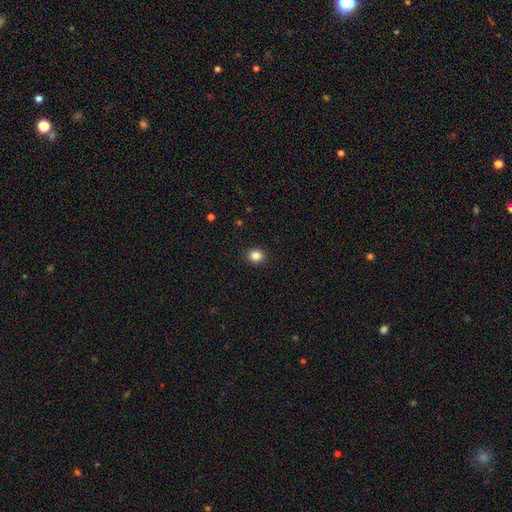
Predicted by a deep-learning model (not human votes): The model was most divided on "how rounded": round: 81%, in between: 18%, cigar-shaped: 1%. More confident: merging — none (92%); smooth or featured — smooth (84%).